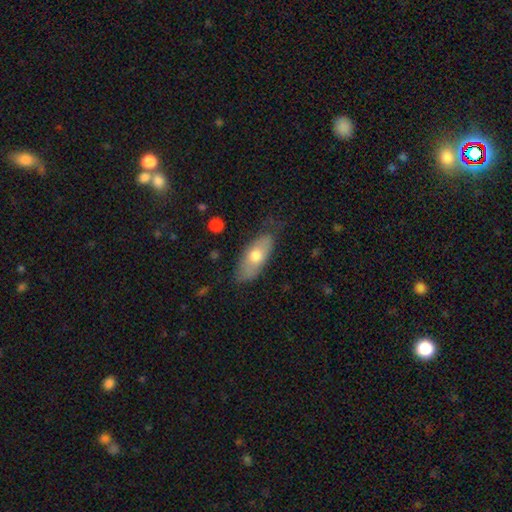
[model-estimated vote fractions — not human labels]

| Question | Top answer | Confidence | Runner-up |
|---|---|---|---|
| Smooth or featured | smooth | 67% | featured or disk (28%) |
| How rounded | in between | 81% | cigar-shaped (16%) |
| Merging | none | 69% | minor disturbance (23%) |